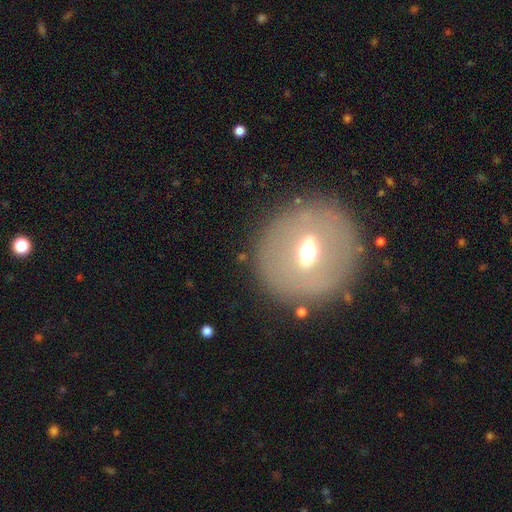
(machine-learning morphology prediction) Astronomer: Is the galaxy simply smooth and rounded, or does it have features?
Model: smooth — 44% (runner-up: featured or disk, 43%).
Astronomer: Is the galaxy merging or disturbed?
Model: none — 82%.